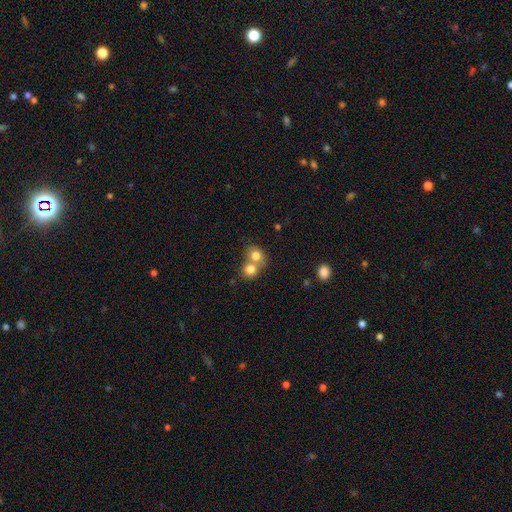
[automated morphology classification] type=smooth (78%); roundness=round (72%); merging=merger (58%).